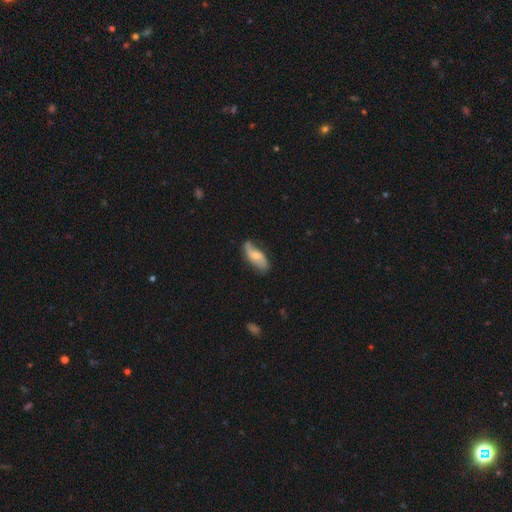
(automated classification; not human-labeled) Smooth or featured: featured or disk — 52% (smooth — 42%)
Edge-on disk: no — 88% (yes — 12%)
Merging: none — 64% (minor disturbance — 27%)